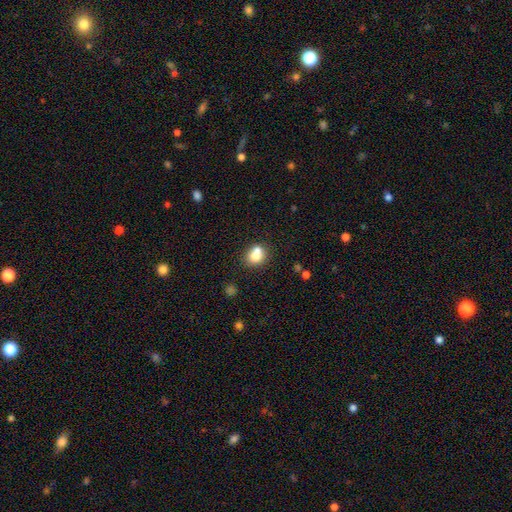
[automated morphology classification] The model was most divided on "merging": none: 45%, merger: 39%, minor disturbance: 12%, major disturbance: 4%. More confident: smooth or featured — smooth (75%); how rounded — round (63%).